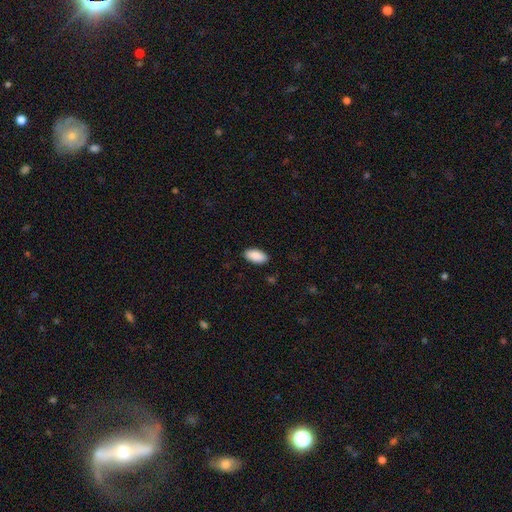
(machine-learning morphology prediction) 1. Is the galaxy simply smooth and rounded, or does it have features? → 91% smooth, 6% star or artifact, 3% featured or disk.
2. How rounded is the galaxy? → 94% in between, 4% cigar-shaped, 2% round.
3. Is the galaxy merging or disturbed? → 88% none, 8% minor disturbance, 2% major disturbance, 1% merger.